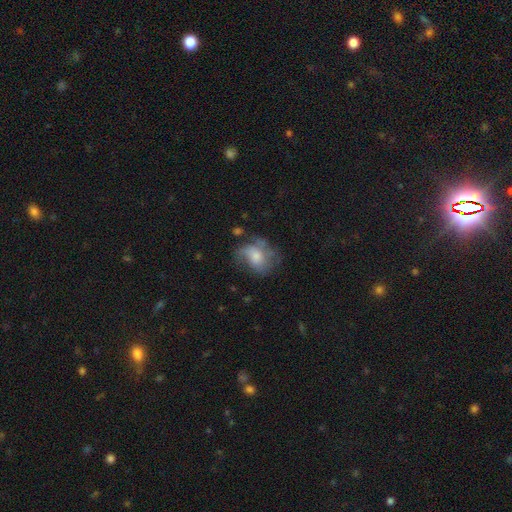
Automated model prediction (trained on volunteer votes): smooth-or-featured: smooth: 46% | featured or disk: 44% | star or artifact: 9%
  merging: none: 42% | major disturbance: 28% | minor disturbance: 26% | merger: 3%